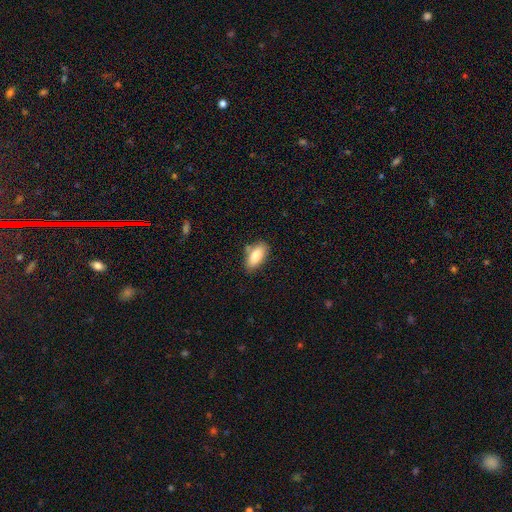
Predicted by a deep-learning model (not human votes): Smooth or featured?
  - smooth: 86% *
  - featured or disk: 8%
  - star or artifact: 7%
How rounded?
  - in between: 87% *
  - cigar-shaped: 10%
  - round: 3%
Merging?
  - none: 72% *
  - minor disturbance: 18%
  - merger: 6%
  - major disturbance: 4%